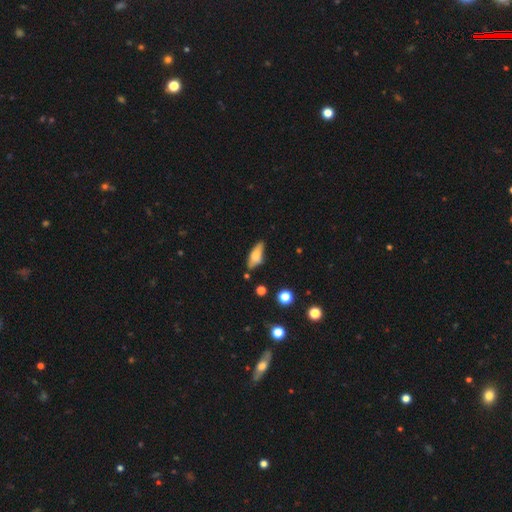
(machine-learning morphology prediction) Smooth or featured: smooth — 62% (featured or disk — 30%)
How rounded: in between — 72% (cigar-shaped — 25%)
Merging: none — 72% (minor disturbance — 20%)